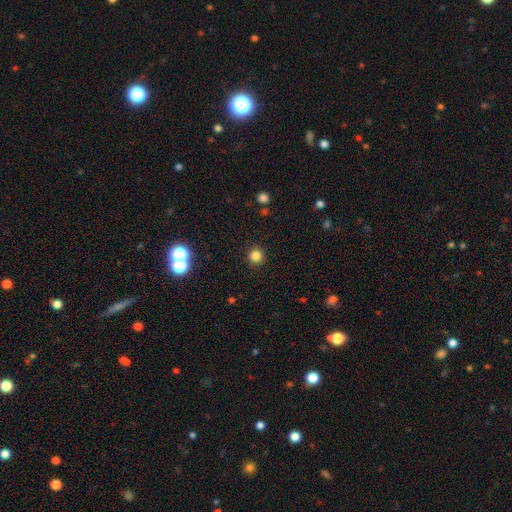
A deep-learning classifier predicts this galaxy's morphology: Smooth or featured? Predicted: smooth (p=0.82). How rounded? Predicted: round (p=0.95). Merging? Predicted: none (p=0.91).